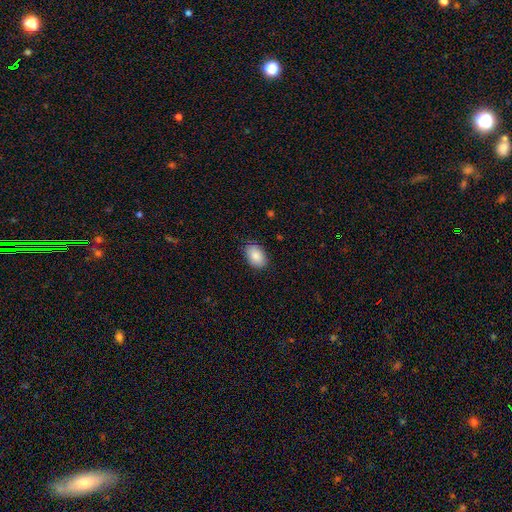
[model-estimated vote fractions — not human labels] The model was most divided on "merging": none: 84%, minor disturbance: 13%, major disturbance: 3%, merger: 1%. More confident: smooth or featured — smooth (88%); how rounded — in between (87%).